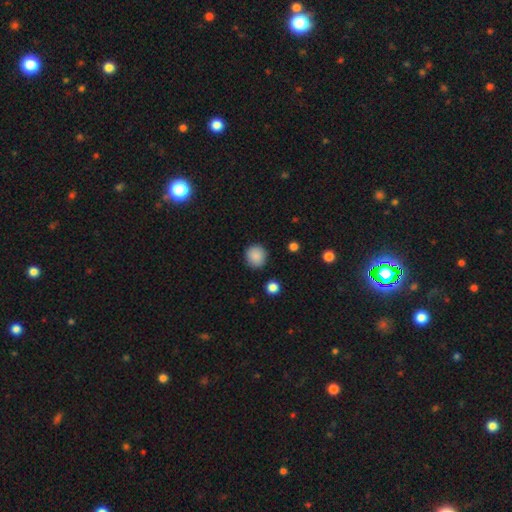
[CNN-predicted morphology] This appears to be a smooth galaxy with no disk features (88%) that is round (89%). Merging: none (89%).